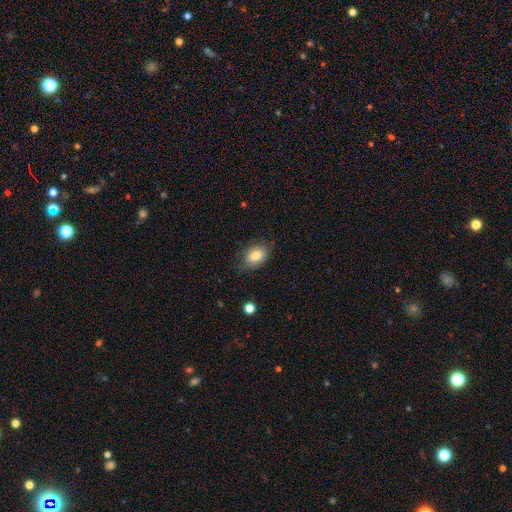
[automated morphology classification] The model was most divided on "merging": none: 74%, minor disturbance: 20%, major disturbance: 4%, merger: 1%. More confident: smooth or featured — smooth (79%); how rounded — in between (79%).